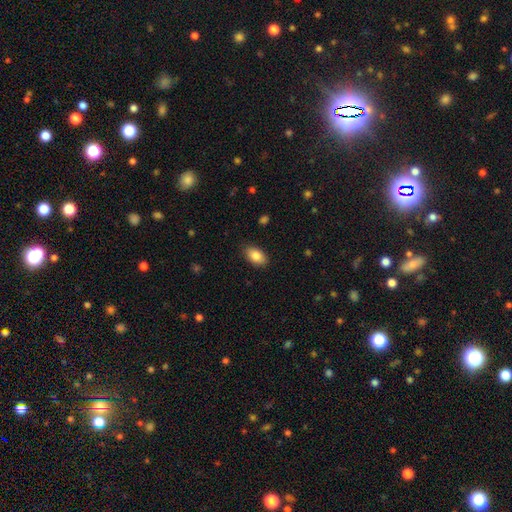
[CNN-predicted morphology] This is clearly a smooth galaxy (86%). How rounded: clearly in between (92%). Merging: clearly none (87%).